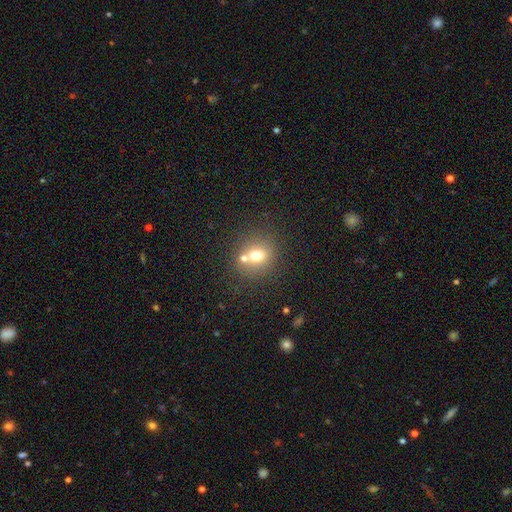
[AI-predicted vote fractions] Smooth or featured: smooth — 67% (featured or disk — 19%)
How rounded: round — 68% (in between — 31%)
Merging: none — 53% (merger — 33%)